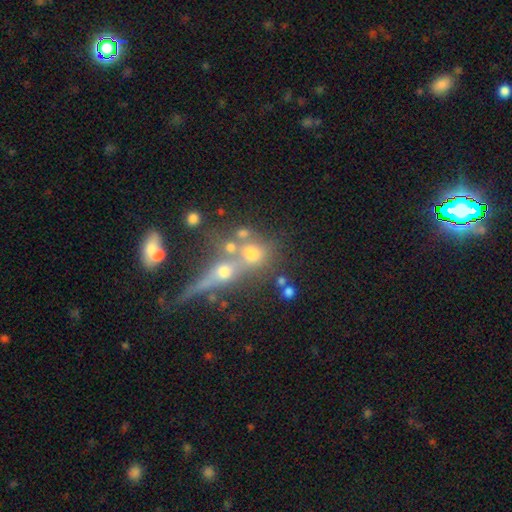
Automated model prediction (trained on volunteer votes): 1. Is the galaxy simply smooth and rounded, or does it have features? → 43% featured or disk, 33% smooth, 23% star or artifact.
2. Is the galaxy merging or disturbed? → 45% merger, 36% none, 10% minor disturbance, 8% major disturbance.